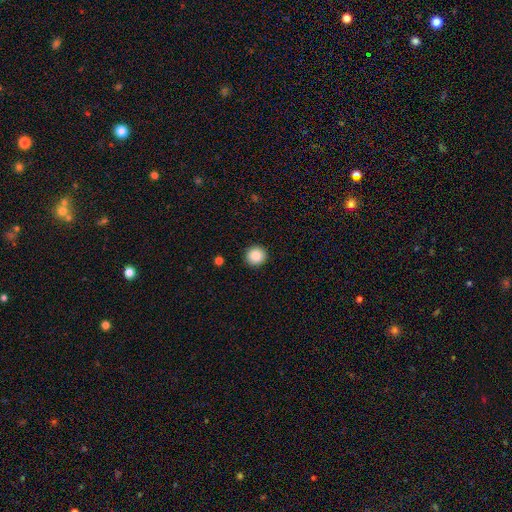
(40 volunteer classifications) smooth 90%, star or artifact 10%, featured or disk 0%. Down the decision tree: how rounded — round (89%); merging — none (83%).